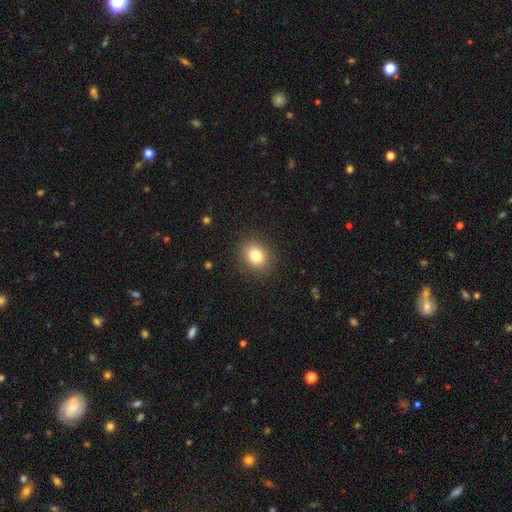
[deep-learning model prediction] Q: Smooth or featured?
A: smooth (81%); runner-up: star or artifact (11%)
Q: How rounded?
A: round (66%); runner-up: in between (34%)
Q: Merging?
A: none (89%); runner-up: minor disturbance (7%)